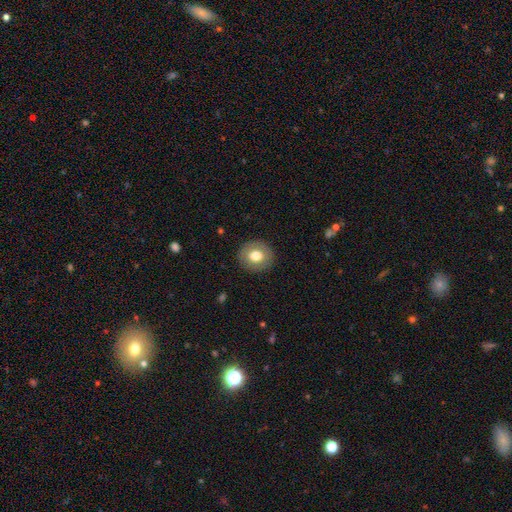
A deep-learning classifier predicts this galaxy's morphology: Smooth or featured?
  - smooth: 72% *
  - featured or disk: 20%
  - star or artifact: 8%
How rounded?
  - round: 82% *
  - in between: 17%
  - cigar-shaped: 1%
Merging?
  - none: 90% *
  - minor disturbance: 7%
  - major disturbance: 2%
  - merger: 1%